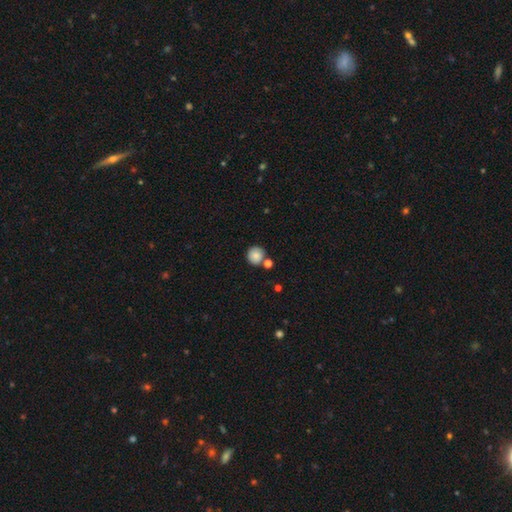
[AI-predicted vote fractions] smooth 84%, star or artifact 9%, featured or disk 7%. Down the decision tree: how rounded — round (92%); merging — none (74%).